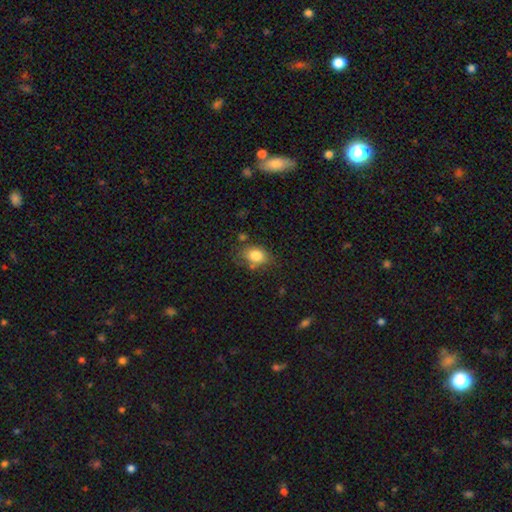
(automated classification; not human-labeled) Smooth or featured?
  - smooth: 82% *
  - star or artifact: 9%
  - featured or disk: 9%
How rounded?
  - in between: 66% *
  - round: 33%
  - cigar-shaped: 1%
Merging?
  - none: 68% *
  - minor disturbance: 20%
  - merger: 7%
  - major disturbance: 5%